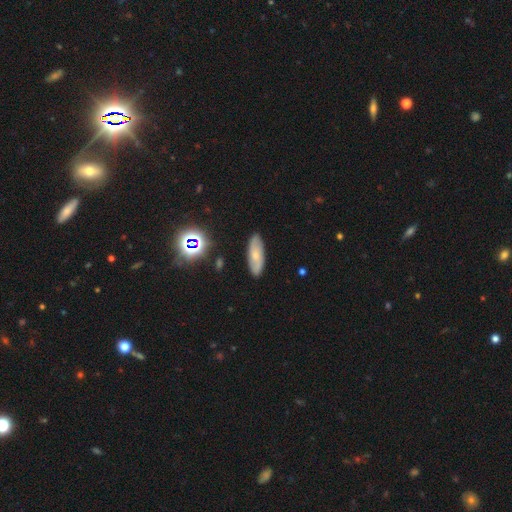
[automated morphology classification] Smooth or featured: smooth — 56% (featured or disk — 35%)
How rounded: in between — 68% (cigar-shaped — 29%)
Merging: none — 85% (minor disturbance — 11%)